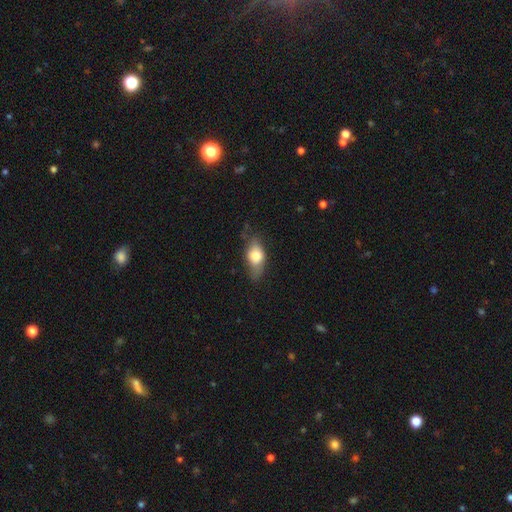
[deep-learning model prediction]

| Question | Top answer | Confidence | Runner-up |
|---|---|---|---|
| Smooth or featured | smooth | 70% | featured or disk (23%) |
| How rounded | in between | 80% | cigar-shaped (10%) |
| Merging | none | 63% | minor disturbance (27%) |